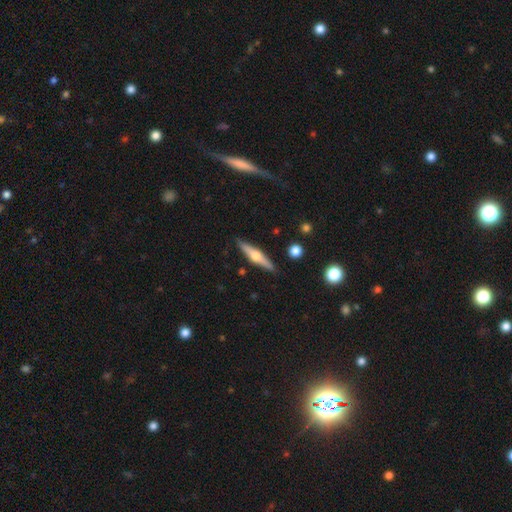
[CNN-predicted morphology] A featured or disk galaxy (64%) viewed edge-on (97%) with a rounded central bulge (93%).

Vote fractions:
- Smooth or featured? featured or disk: 64% / smooth: 30% / star or artifact: 6%
- Edge-on disk? yes: 97% / no: 3%
- Edge-on bulge? rounded: 93% / boxy: 4% / none: 3%
- Merging? none: 89% / minor disturbance: 8% / major disturbance: 2% / merger: 2%